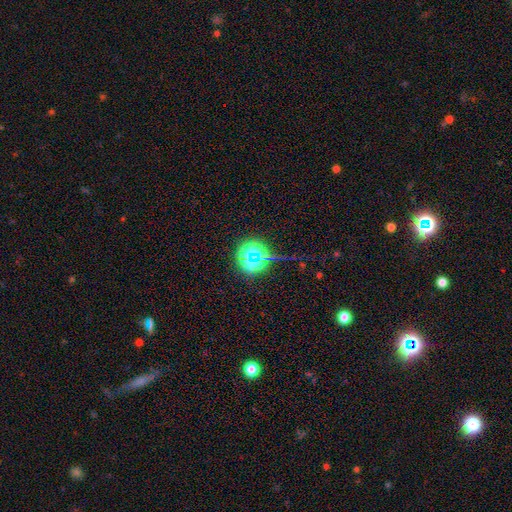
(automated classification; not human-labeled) A star or artifact, not a galaxy (73%).